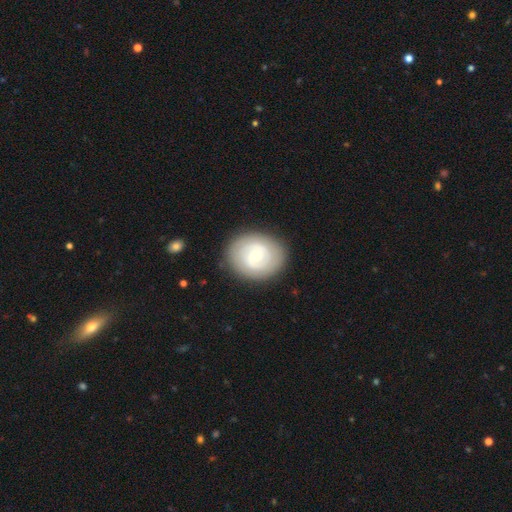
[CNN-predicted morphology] smooth_or_featured: featured or disk (p=0.65) [alt: smooth p=0.30]
disk_edge_on: no (p=0.97) [alt: yes p=0.03]
bar: no (p=0.59) [alt: weak p=0.33]
has_spiral_arms: yes (p=0.69) [alt: no p=0.31]
bulge_size: small (p=0.52) [alt: moderate p=0.44]
merging: none (p=0.85) [alt: minor disturbance p=0.10]